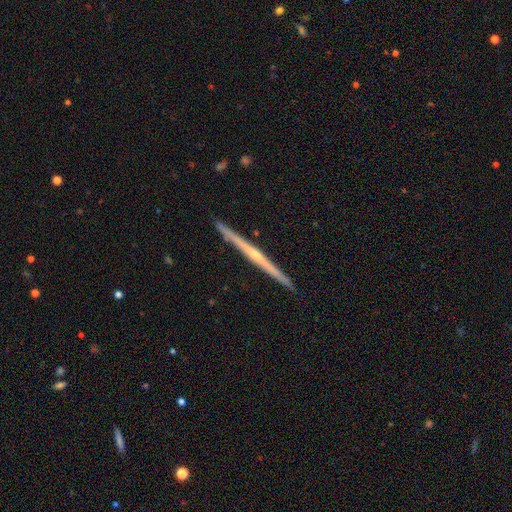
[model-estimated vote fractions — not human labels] smooth_or_featured: featured or disk (p=0.79) [alt: smooth p=0.16]
disk_edge_on: yes (p=0.98) [alt: no p=0.02]
edge_on_bulge: rounded (p=0.59) [alt: none p=0.36]
merging: none (p=0.93) [alt: minor disturbance p=0.05]